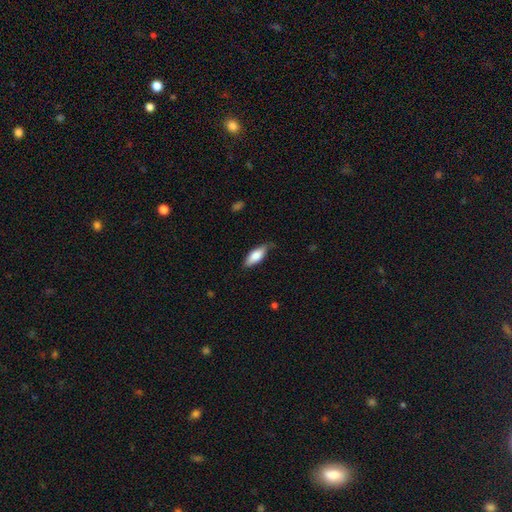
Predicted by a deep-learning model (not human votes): Smooth or featured: smooth — 77% (featured or disk — 17%)
How rounded: in between — 73% (cigar-shaped — 25%)
Merging: none — 70% (minor disturbance — 24%)